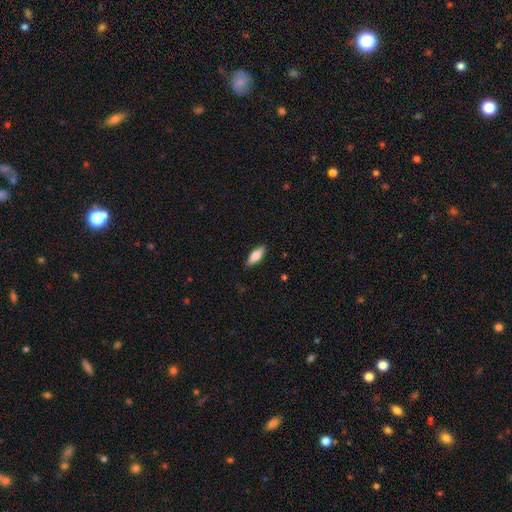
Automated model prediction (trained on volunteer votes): Smooth or featured?
  - smooth: 75% *
  - featured or disk: 19%
  - star or artifact: 6%
How rounded?
  - in between: 65% *
  - cigar-shaped: 33%
  - round: 2%
Merging?
  - none: 87% *
  - minor disturbance: 10%
  - major disturbance: 2%
  - merger: 1%